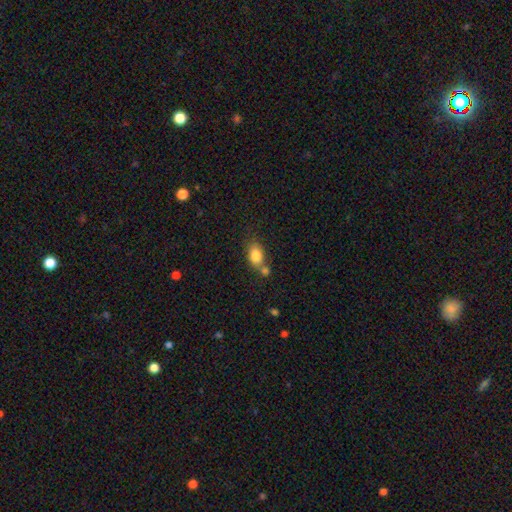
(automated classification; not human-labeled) Overall: smooth (82%). How rounded: in between (77%). Merging: none (45%; merger 36%).